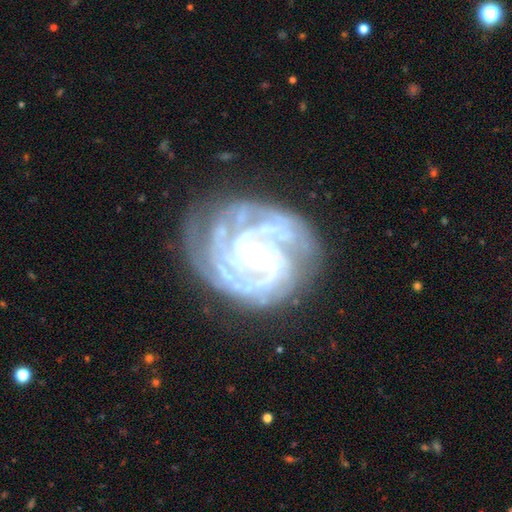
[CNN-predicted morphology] Smooth or featured?
  - featured or disk: 90% *
  - star or artifact: 6%
  - smooth: 4%
Edge-on disk?
  - no: 97% *
  - yes: 3%
Bar?
  - no: 54% *
  - weak: 32%
  - strong: 15%
Spiral arms?
  - yes: 97% *
  - no: 3%
Spiral winding?
  - tight: 73% *
  - medium: 23%
  - loose: 4%
Spiral arm count?
  - 3: 27% *
  - can't tell: 21%
  - 2: 20%
  - 4: 18%
  - more than 4: 8%
  - 1: 7%
Bulge size?
  - small: 49% *
  - moderate: 46%
  - large: 3%
  - none: 1%
  - dominant: 1%
Merging?
  - none: 71% *
  - minor disturbance: 19%
  - major disturbance: 8%
  - merger: 2%